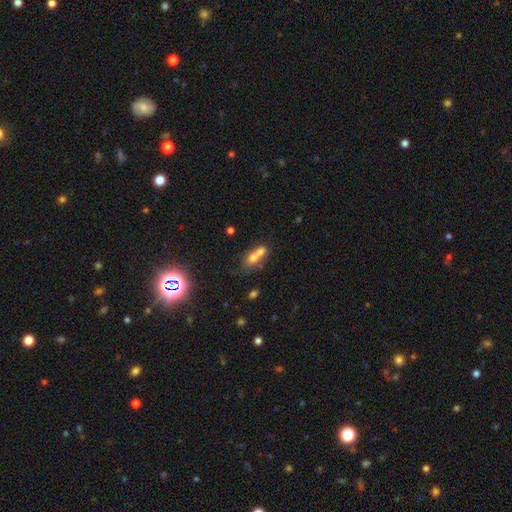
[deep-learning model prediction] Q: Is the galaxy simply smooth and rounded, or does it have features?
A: smooth — 67%.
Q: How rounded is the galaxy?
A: in between — 65%.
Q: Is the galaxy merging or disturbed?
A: merger — 66%.